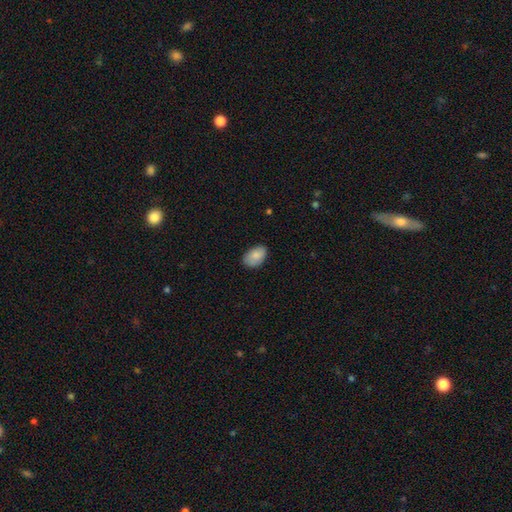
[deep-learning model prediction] smooth_or_featured: smooth (p=0.84) [alt: featured or disk p=0.09]
how_rounded: in between (p=0.91) [alt: round p=0.08]
merging: none (p=0.80) [alt: minor disturbance p=0.17]